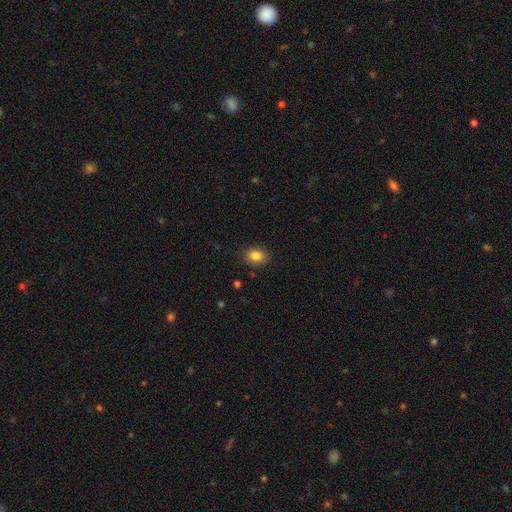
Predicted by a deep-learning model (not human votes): Overall: smooth (84%). How rounded: in between (72%). Merging: none (86%).